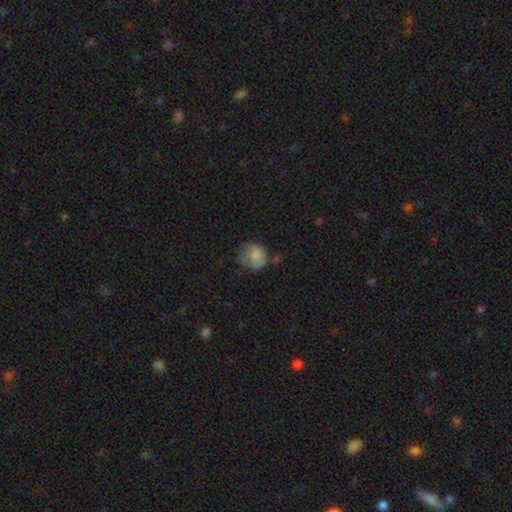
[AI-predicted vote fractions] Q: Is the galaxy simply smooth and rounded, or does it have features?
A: smooth — 75%.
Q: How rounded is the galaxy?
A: round — 67%.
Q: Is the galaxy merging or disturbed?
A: none — 39%.